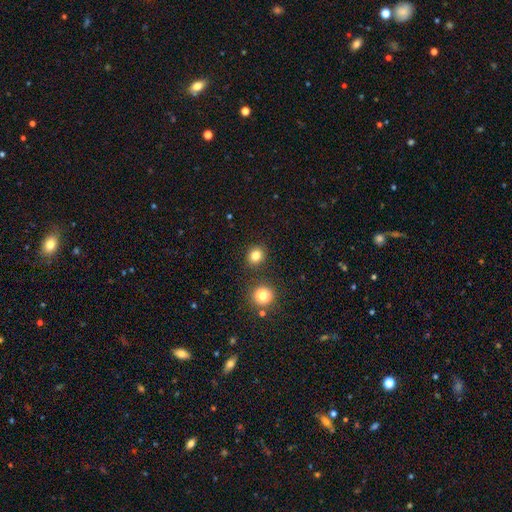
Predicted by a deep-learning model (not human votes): Morphology: type=smooth (82%); roundness=round (79%); merging=none (87%).